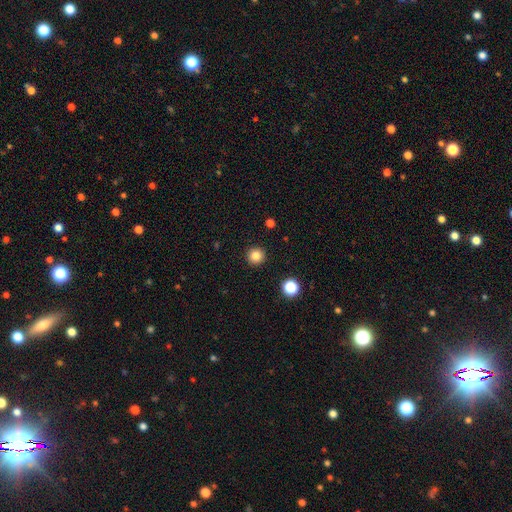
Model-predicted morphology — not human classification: Smooth or featured: smooth — 83% (star or artifact — 12%)
How rounded: round — 96% (in between — 3%)
Merging: none — 93% (minor disturbance — 4%)